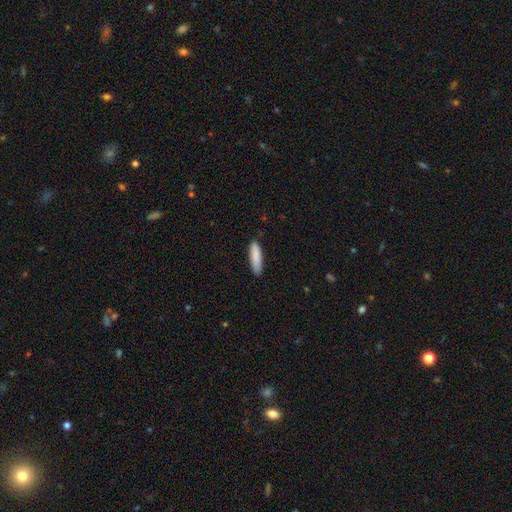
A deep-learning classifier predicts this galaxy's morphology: smooth 88%, featured or disk 7%, star or artifact 6%. Down the decision tree: how rounded — cigar-shaped (72%); merging — none (86%).